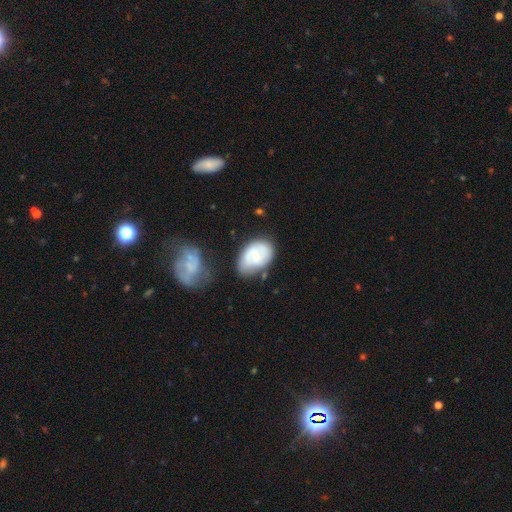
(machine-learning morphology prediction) This is possibly a featured or disk galaxy (50%). It is clearly not viewed edge-on (96%). Merging: possibly none (56%).